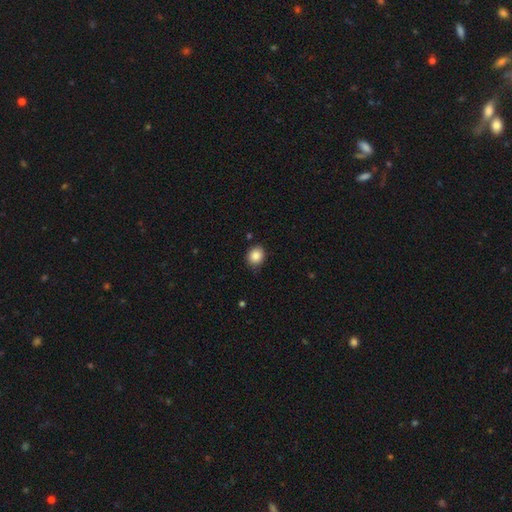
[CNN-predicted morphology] Smooth or featured?
  - smooth: 87% *
  - star or artifact: 9%
  - featured or disk: 4%
How rounded?
  - round: 68% *
  - in between: 32%
  - cigar-shaped: 1%
Merging?
  - none: 83% *
  - minor disturbance: 13%
  - major disturbance: 2%
  - merger: 1%